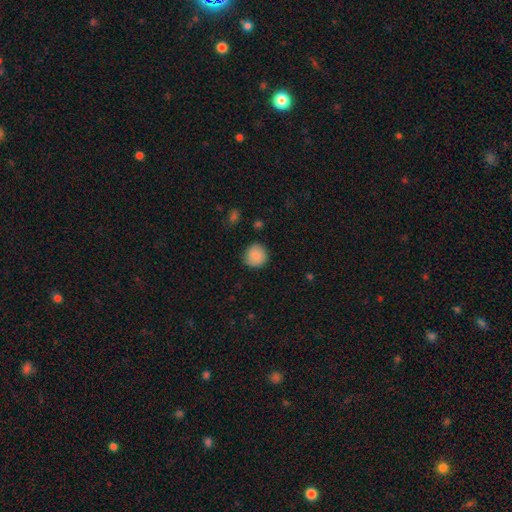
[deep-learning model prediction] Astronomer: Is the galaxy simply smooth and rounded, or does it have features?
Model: smooth — 85%.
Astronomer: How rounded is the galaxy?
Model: round — 91%.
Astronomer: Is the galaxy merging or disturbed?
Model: none — 84%.